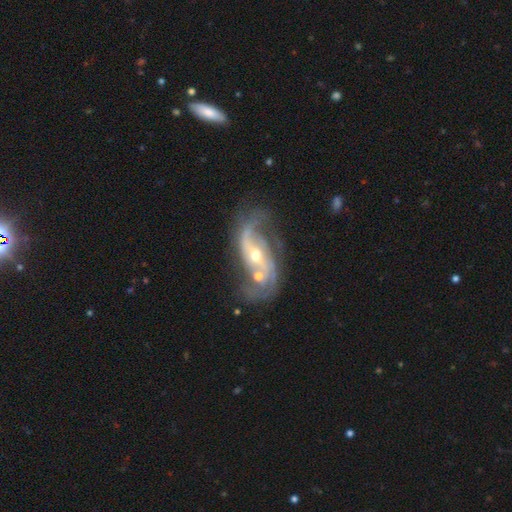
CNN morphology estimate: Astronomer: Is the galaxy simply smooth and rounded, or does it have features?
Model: featured or disk — 85%.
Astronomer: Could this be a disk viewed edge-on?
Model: no — 95%.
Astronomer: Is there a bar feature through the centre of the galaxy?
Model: no — 40% (runner-up: weak, 36%).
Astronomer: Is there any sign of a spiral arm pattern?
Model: yes — 91%.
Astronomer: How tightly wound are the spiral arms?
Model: loose — 54% (runner-up: medium, 33%).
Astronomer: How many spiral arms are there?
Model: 2 — 74%.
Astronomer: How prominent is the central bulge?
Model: moderate — 55% (runner-up: small, 39%).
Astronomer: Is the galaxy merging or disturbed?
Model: none — 33% (runner-up: merger, 32%).